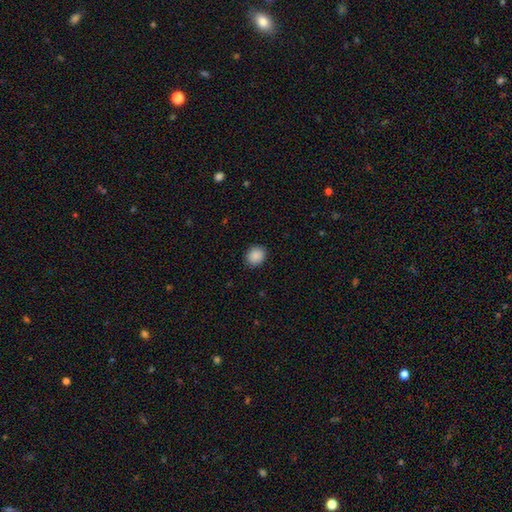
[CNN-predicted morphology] Smooth or featured: smooth — 89% (star or artifact — 8%)
How rounded: round — 66% (in between — 33%)
Merging: none — 88% (minor disturbance — 8%)